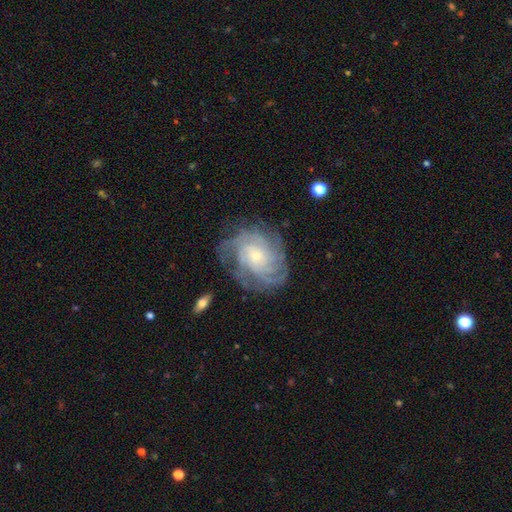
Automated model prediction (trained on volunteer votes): Overall: featured or disk (83%). Edge-on disk: no (97%). Bar: no (75%). Spiral arms: yes (96%). Spiral arm count: can't tell (30%; 4 26%). Spiral winding: tight (69%). Bulge size: small (70%). Merging: none (74%).